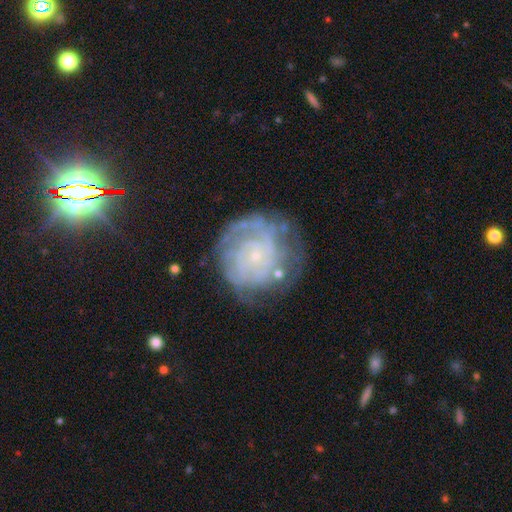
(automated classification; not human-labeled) smooth-or-featured: featured or disk: 79% | smooth: 13% | star or artifact: 8%
  disk-edge-on: no: 98% | yes: 2%
    bar: no: 80% | weak: 17% | strong: 4%
    has-spiral-arms: yes: 90% | no: 10%
      spiral-winding: tight: 74% | medium: 20% | loose: 6%
      spiral-arm-count: can't tell: 42% | 2: 17% | 3: 16% | 4: 12% | more than 4: 7% | 1: 6%
    bulge-size: small: 84% | moderate: 8% | none: 5% | large: 1% | dominant: 1%
  merging: none: 66% | minor disturbance: 19% | major disturbance: 11% | merger: 3%